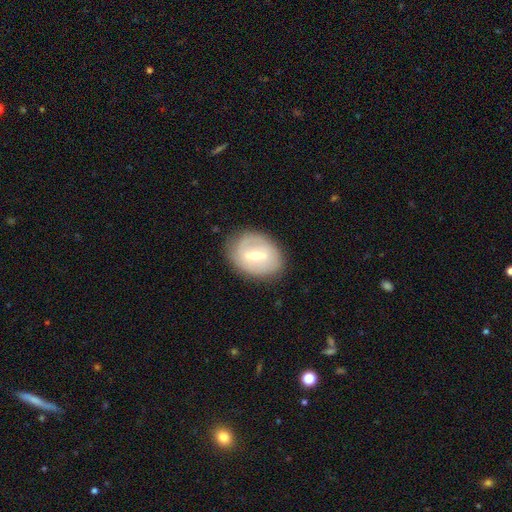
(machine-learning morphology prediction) This appears to be a featured or disk galaxy (61%) with a weak bar (47%), no spiral arms (50%, tied with yes) and a moderate central bulge (58%). Merging: none (81%).